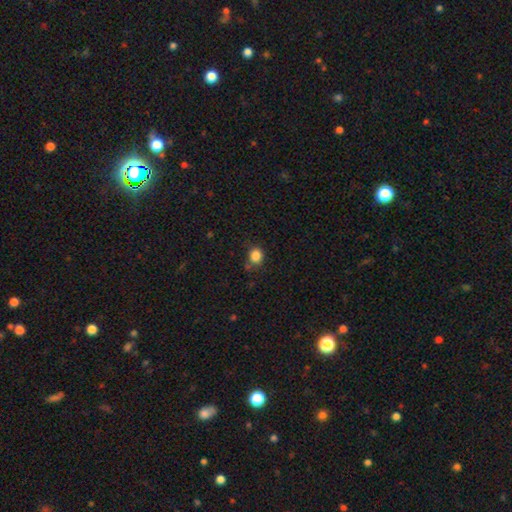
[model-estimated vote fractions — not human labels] Overall: smooth (84%). How rounded: round (71%). Merging: none (69%).